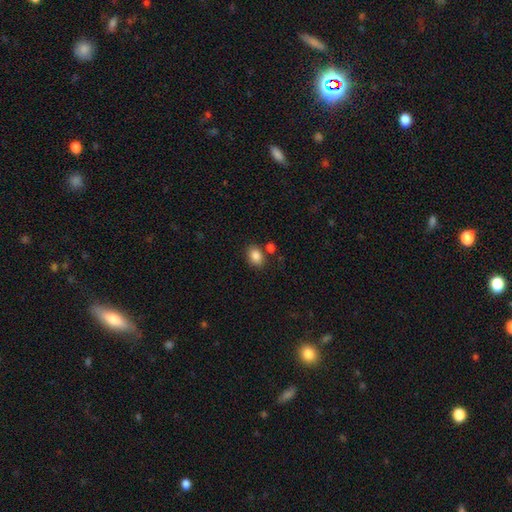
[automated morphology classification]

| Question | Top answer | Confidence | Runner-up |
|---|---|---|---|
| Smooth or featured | smooth | 86% | star or artifact (9%) |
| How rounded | in between | 71% | round (28%) |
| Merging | none | 75% | minor disturbance (11%) |